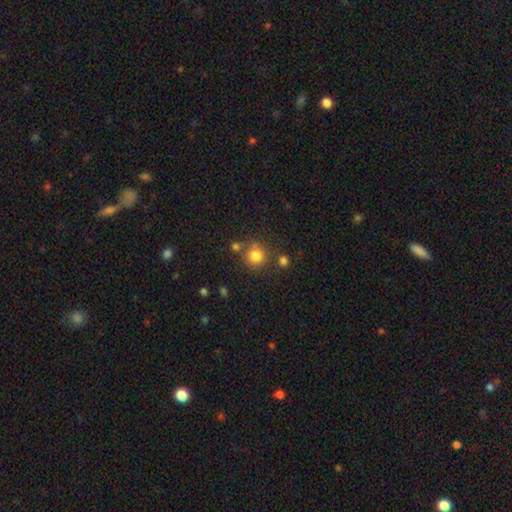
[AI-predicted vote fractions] A smooth galaxy with no disk features (80%) that is round (91%). Merging: none (72%).